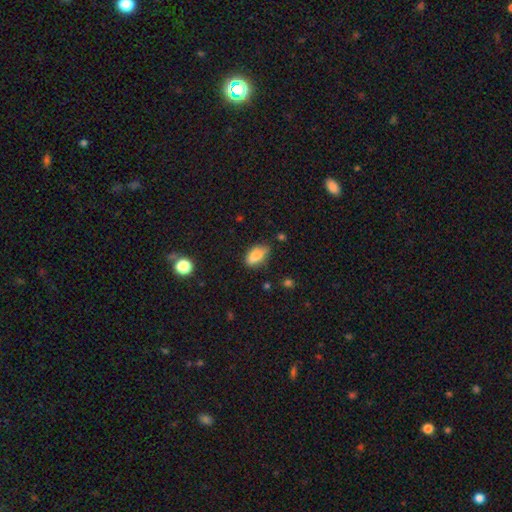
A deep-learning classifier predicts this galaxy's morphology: Smooth or featured? smooth (82%)
How rounded? in between (88%)
Merging? none (66%)